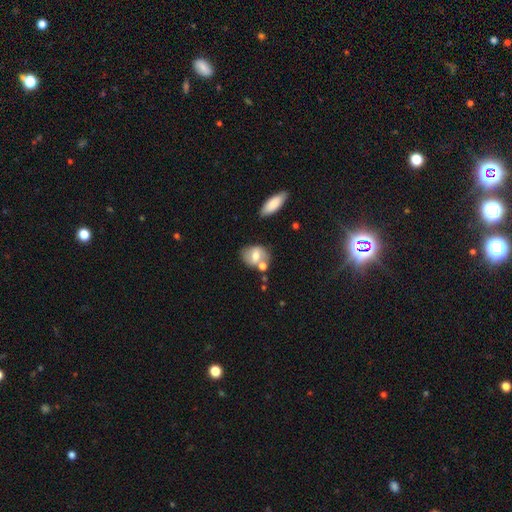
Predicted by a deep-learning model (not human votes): This is possibly a smooth galaxy (58%). How rounded: likely in between (64%). Merging: possibly none (53%).